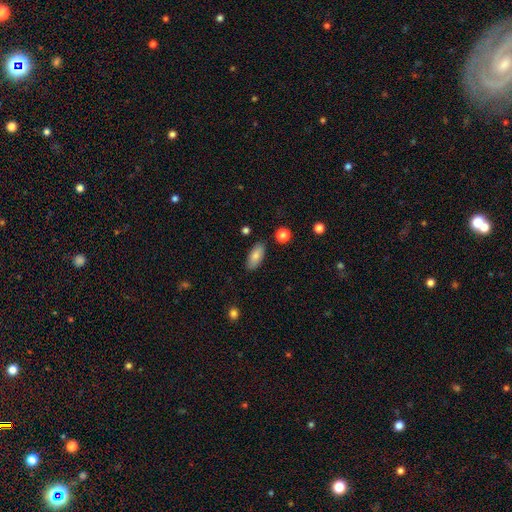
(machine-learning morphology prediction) smooth 82%, featured or disk 11%, star or artifact 7%. Down the decision tree: how rounded — in between (86%); merging — none (86%).